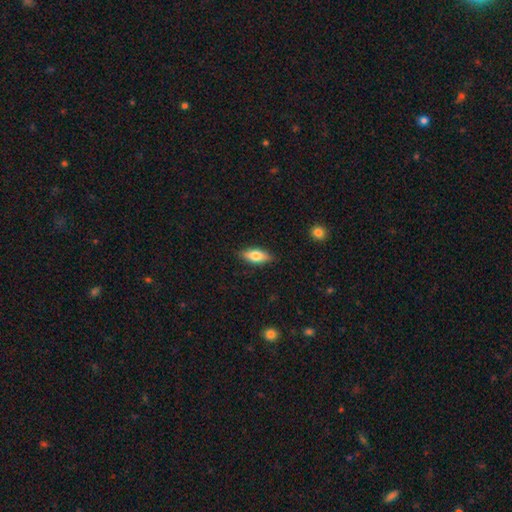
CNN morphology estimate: type=smooth (74%); roundness=in between (77%); merging=none (86%).